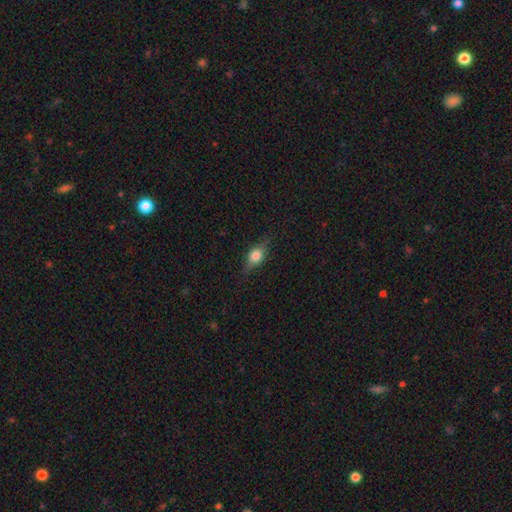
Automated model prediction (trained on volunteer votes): This is possibly a smooth galaxy (59%). How rounded: likely in between (65%). Merging: likely none (77%).